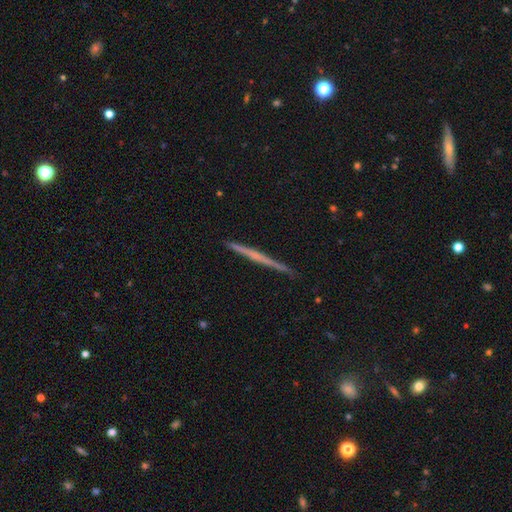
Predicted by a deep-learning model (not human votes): A featured or disk galaxy (62%) viewed edge-on (98%) with no central bulge (77%).

Vote fractions:
- Smooth or featured? featured or disk: 62% / smooth: 32% / star or artifact: 6%
- Edge-on disk? yes: 98% / no: 2%
- Edge-on bulge? none: 77% / rounded: 17% / boxy: 6%
- Merging? none: 91% / minor disturbance: 7% / major disturbance: 1% / merger: 1%